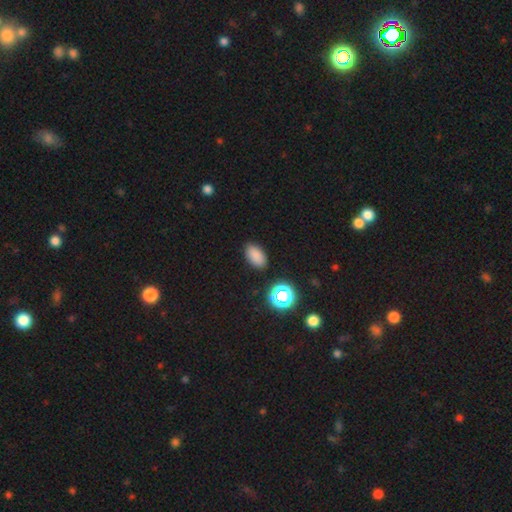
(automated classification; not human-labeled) Smooth or featured? smooth (82%)
How rounded? in between (91%)
Merging? none (88%)